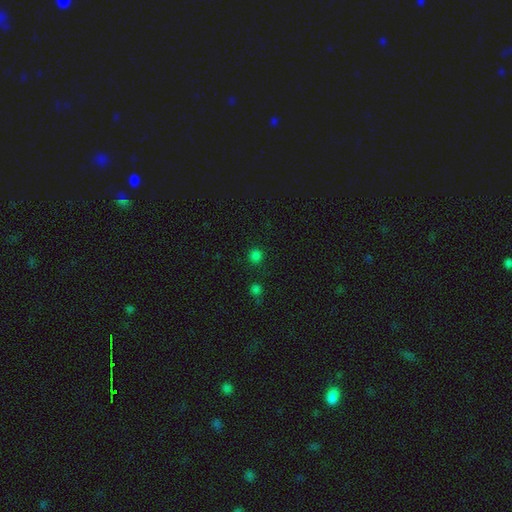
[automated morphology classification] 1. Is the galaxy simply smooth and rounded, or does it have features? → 77% smooth, 20% star or artifact, 3% featured or disk.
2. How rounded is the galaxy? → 91% round, 8% in between, 1% cigar-shaped.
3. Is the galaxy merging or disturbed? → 86% none, 8% minor disturbance, 3% merger, 3% major disturbance.